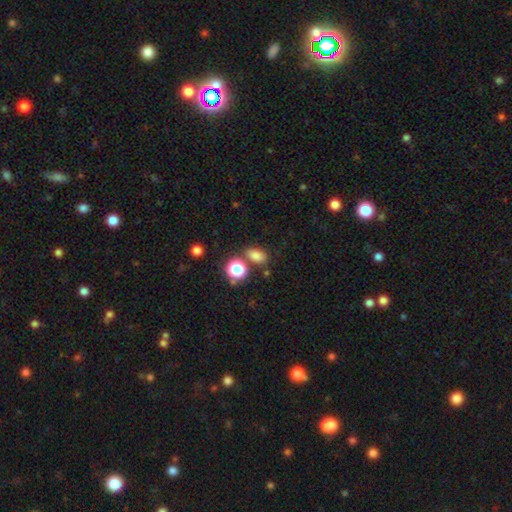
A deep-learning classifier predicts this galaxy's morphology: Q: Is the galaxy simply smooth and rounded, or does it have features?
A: smooth — 78%.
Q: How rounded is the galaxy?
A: in between — 74%.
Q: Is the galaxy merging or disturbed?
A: none — 73%.